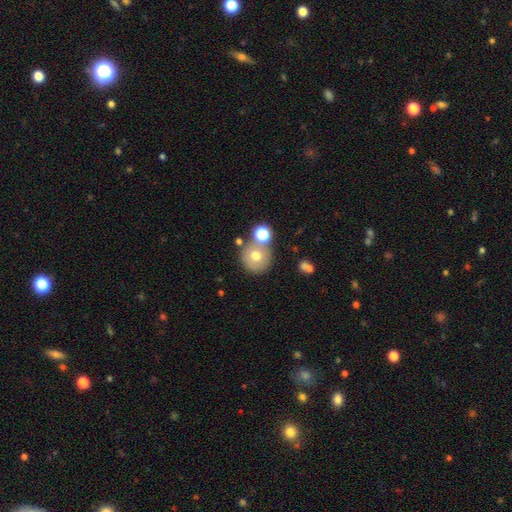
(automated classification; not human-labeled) A smooth galaxy with no disk features (66%) that is round (90%).

Vote fractions:
- Smooth or featured? smooth: 66% / featured or disk: 21% / star or artifact: 13%
- How rounded? round: 90% / in between: 9% / cigar-shaped: 1%
- Merging? none: 64% / merger: 21% / minor disturbance: 11% / major disturbance: 4%